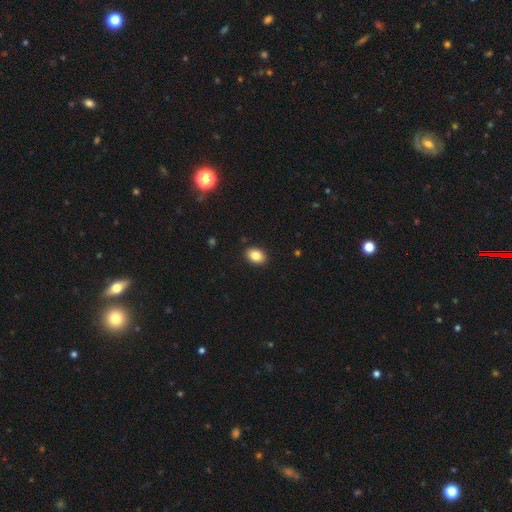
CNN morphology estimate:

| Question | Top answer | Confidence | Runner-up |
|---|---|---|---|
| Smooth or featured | smooth | 84% | star or artifact (9%) |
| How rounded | in between | 75% | round (24%) |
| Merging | none | 90% | minor disturbance (7%) |